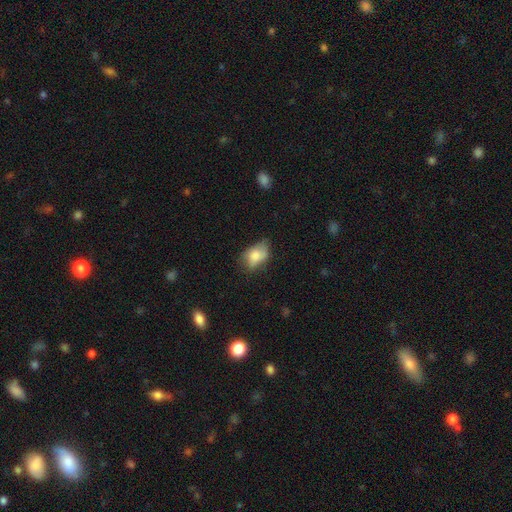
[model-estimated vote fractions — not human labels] Overall: smooth (74%). How rounded: in between (85%). Merging: none (46%; minor disturbance 37%).